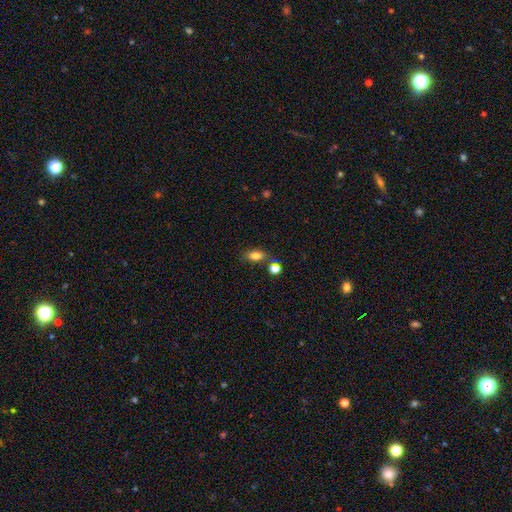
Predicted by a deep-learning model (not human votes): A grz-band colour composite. It shows a smooth galaxy with no disk features (79%) that is in between round and cigar-shaped (82%). Merging: none (62%).